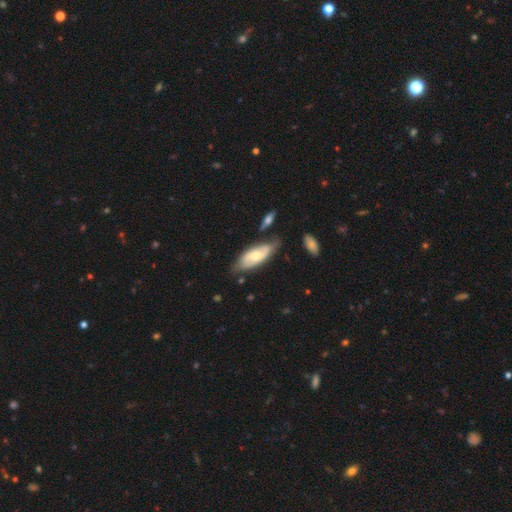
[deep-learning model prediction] Smooth or featured?
  - featured or disk: 51% *
  - smooth: 43%
  - star or artifact: 6%
Edge-on disk?
  - no: 83% *
  - yes: 17%
Merging?
  - none: 60% *
  - minor disturbance: 24%
  - merger: 8%
  - major disturbance: 7%